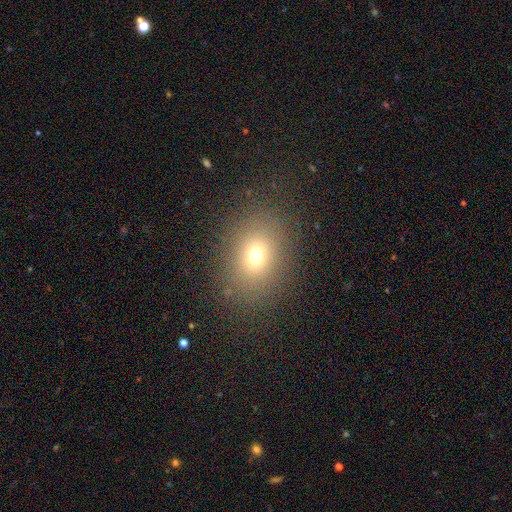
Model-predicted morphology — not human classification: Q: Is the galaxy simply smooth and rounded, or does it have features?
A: smooth — 69%.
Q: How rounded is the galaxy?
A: in between — 52%.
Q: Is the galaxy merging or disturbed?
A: none — 84%.